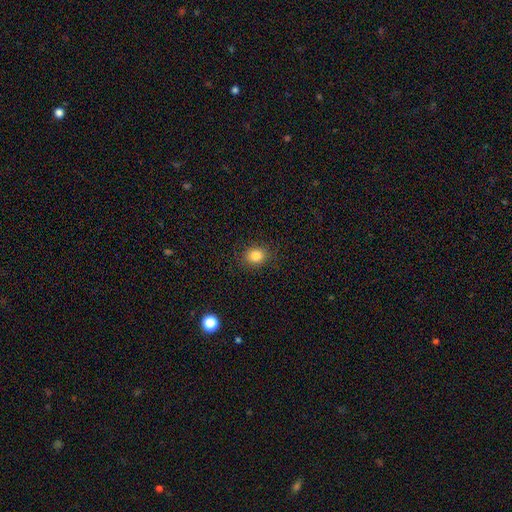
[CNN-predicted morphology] This appears to be a smooth galaxy with no disk features (83%) that is round (66%). Merging: none (88%).